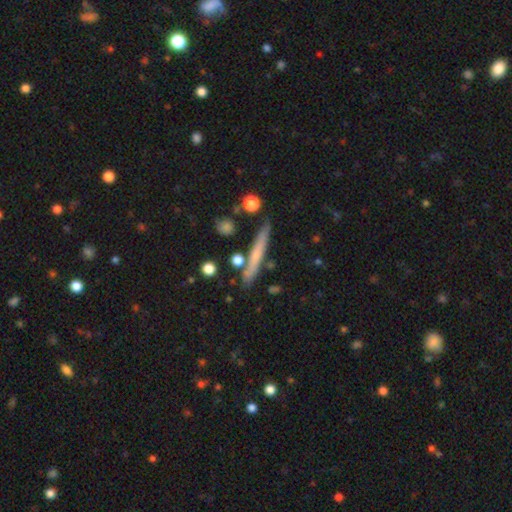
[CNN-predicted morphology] This appears to be a smooth galaxy with no disk features (53%) that is cigar-shaped (94%). Merging: none (84%).